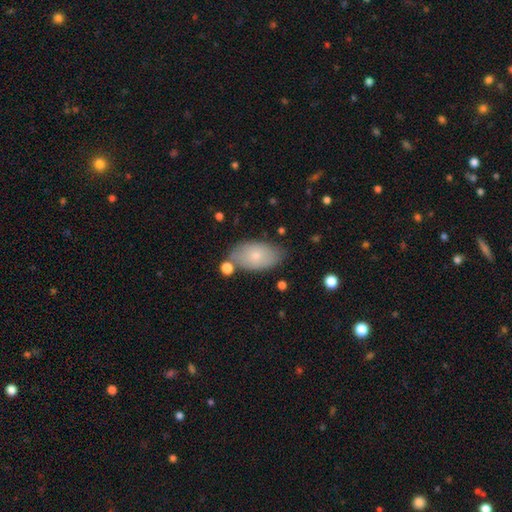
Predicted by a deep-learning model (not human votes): A smooth galaxy with no disk features (74%) that is in between round and cigar-shaped (94%). Merging: none (72%).